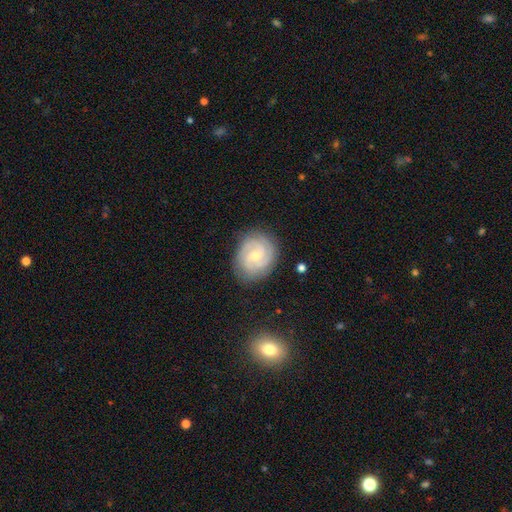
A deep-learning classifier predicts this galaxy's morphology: A featured or disk galaxy (86%) with no bar (50%), 3 (38%) tight (62%) spiral arms (98%) and a small central bulge (64%). Merging: none (83%).